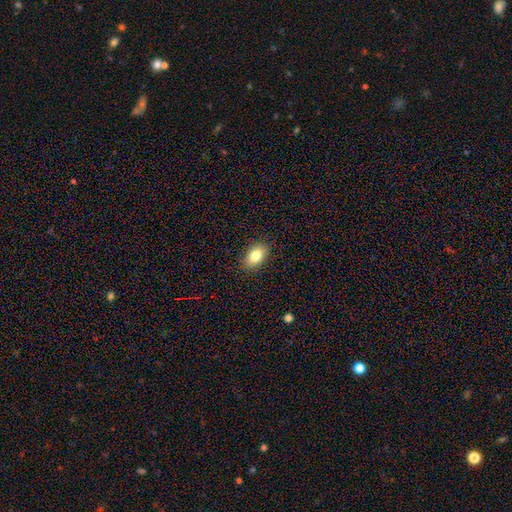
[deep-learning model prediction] This is clearly a smooth galaxy (83%). How rounded: clearly in between (87%). Merging: clearly none (87%).